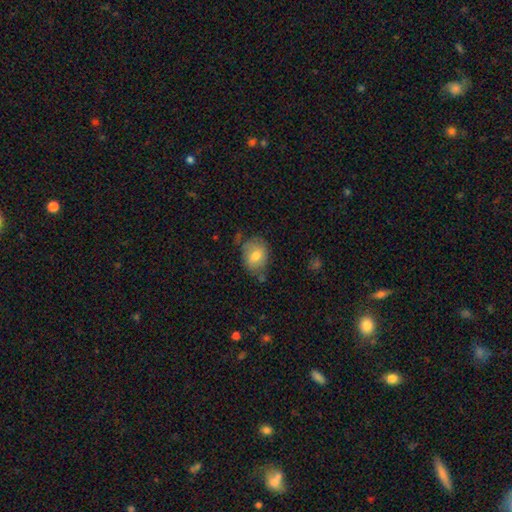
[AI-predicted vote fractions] Q: Smooth or featured?
A: smooth (71%); runner-up: featured or disk (21%)
Q: How rounded?
A: in between (63%); runner-up: round (36%)
Q: Merging?
A: none (60%); runner-up: minor disturbance (27%)